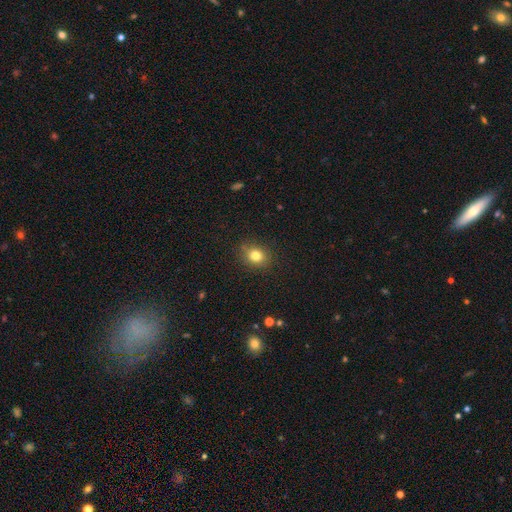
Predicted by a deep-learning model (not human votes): smooth-or-featured: smooth: 80% | star or artifact: 12% | featured or disk: 8%
  how-rounded: round: 57% | in between: 42% | cigar-shaped: 1%
  merging: none: 85% | minor disturbance: 11% | major disturbance: 3% | merger: 1%